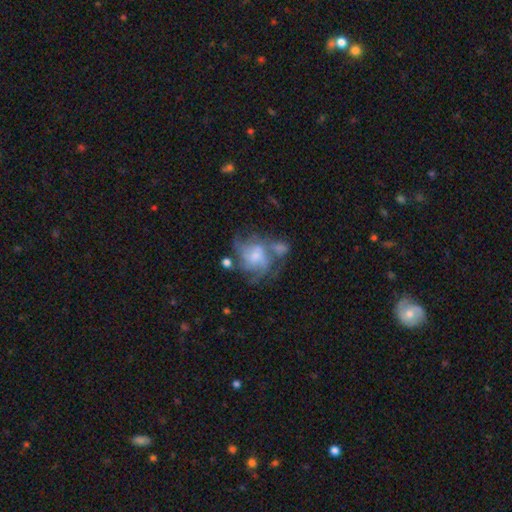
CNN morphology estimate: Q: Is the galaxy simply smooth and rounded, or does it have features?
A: featured or disk — 68%.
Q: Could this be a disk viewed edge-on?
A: no — 98%.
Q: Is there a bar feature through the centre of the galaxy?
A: no — 65%.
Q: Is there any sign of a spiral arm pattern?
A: yes — 79%.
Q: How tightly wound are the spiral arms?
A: medium — 44%.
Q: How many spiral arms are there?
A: can't tell — 35%.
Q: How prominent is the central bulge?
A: small — 48%.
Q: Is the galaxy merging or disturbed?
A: none — 36%.